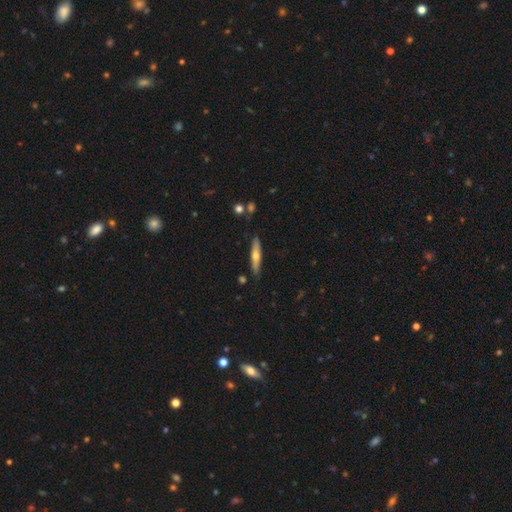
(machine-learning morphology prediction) Smooth or featured?
  - smooth: 49% *
  - featured or disk: 45%
  - star or artifact: 6%
Merging?
  - none: 84% *
  - minor disturbance: 12%
  - merger: 2%
  - major disturbance: 2%